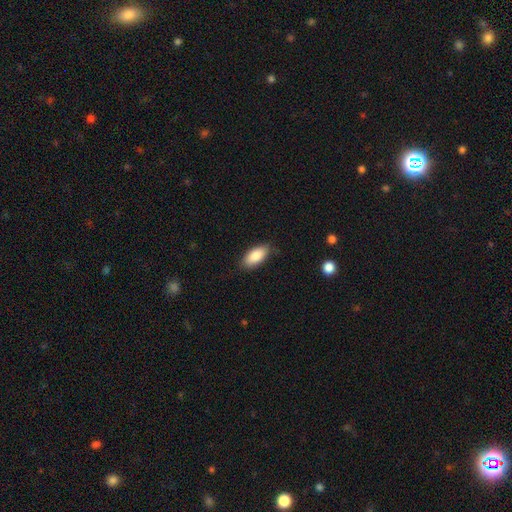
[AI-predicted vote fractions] The model was most divided on "merging": none: 81%, minor disturbance: 15%, major disturbance: 3%, merger: 1%. More confident: how rounded — in between (89%); smooth or featured — smooth (85%).